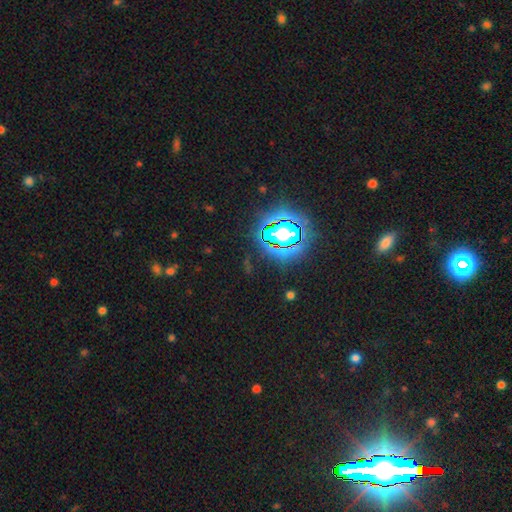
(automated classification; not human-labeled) The model was most divided on "smooth or featured": star or artifact: 82%, smooth: 10%, featured or disk: 7%.